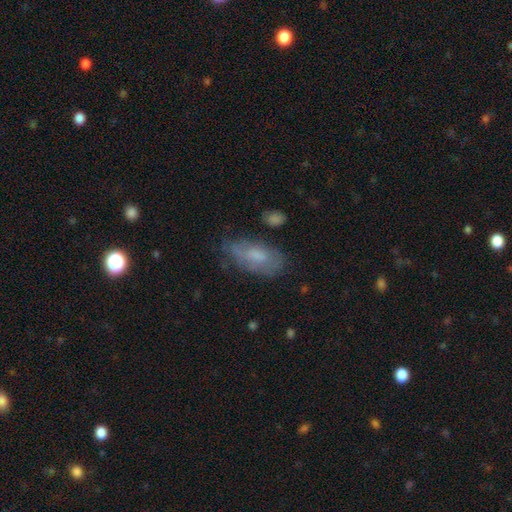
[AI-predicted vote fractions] A smooth galaxy with no disk features (60%) that is in between round and cigar-shaped (88%).

Vote fractions:
- Smooth or featured? smooth: 60% / featured or disk: 31% / star or artifact: 9%
- How rounded? in between: 88% / cigar-shaped: 9% / round: 3%
- Merging? none: 58% / minor disturbance: 28% / major disturbance: 11% / merger: 3%